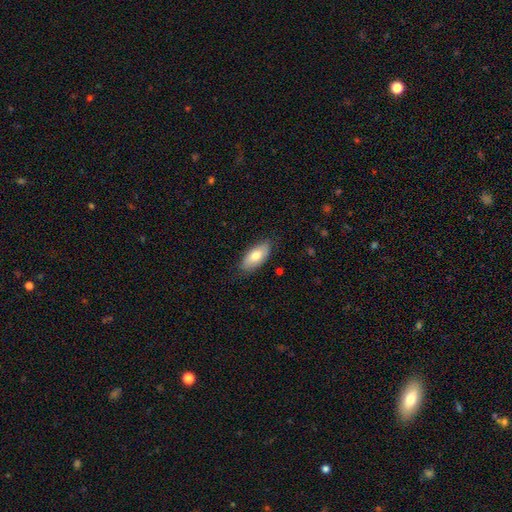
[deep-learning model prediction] A smooth galaxy with no disk features (76%) that is in between round and cigar-shaped (90%). Merging: none (82%).